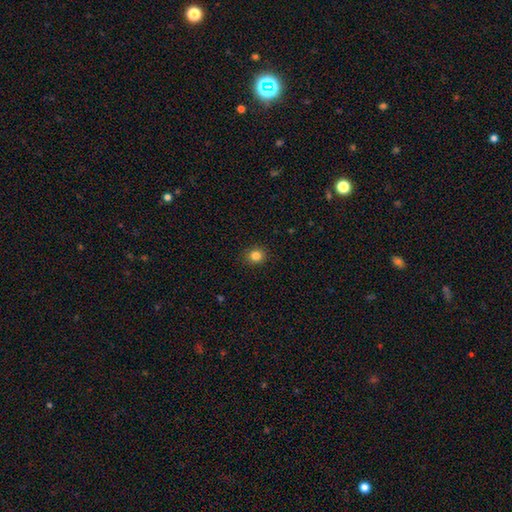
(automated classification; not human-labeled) Smooth or featured? smooth (84%)
How rounded? round (80%)
Merging? none (91%)